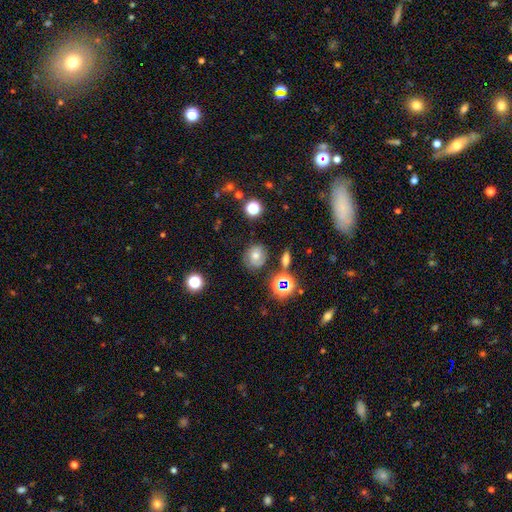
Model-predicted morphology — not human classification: Smooth or featured? Predicted: smooth (p=0.46). Merging? Predicted: none (p=0.72).